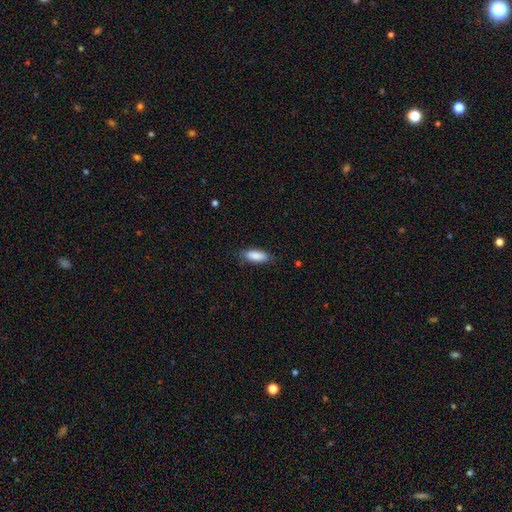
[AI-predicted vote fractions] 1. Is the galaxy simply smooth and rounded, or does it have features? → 88% smooth, 6% star or artifact, 6% featured or disk.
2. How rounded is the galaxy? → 79% in between, 19% cigar-shaped, 2% round.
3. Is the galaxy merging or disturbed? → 79% none, 16% minor disturbance, 3% major disturbance, 1% merger.